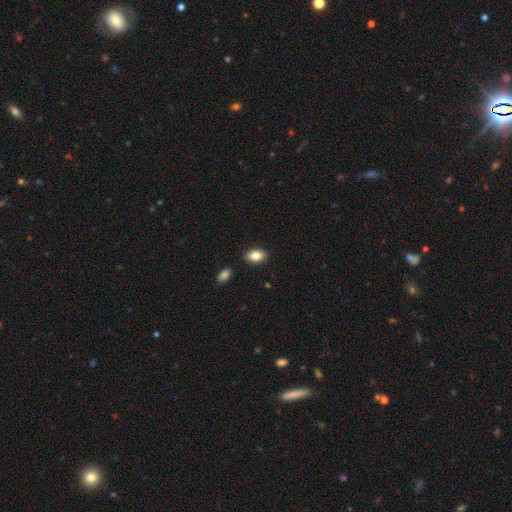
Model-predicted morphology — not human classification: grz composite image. It shows a smooth galaxy with no disk features (84%) that is in between round and cigar-shaped (89%). Merging: none (88%).